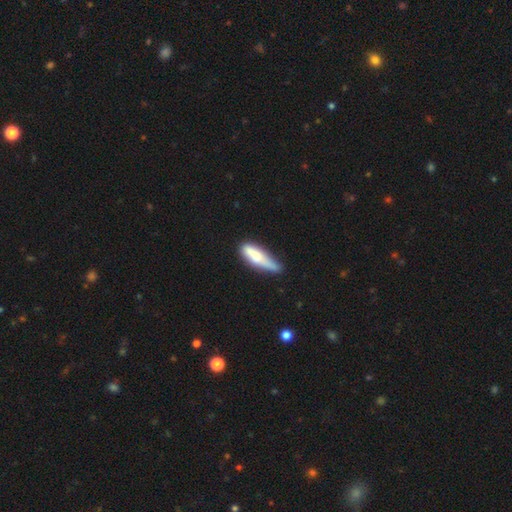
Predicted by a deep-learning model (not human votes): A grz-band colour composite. It shows a smooth galaxy with no disk features (70%) that is cigar-shaped (66%). Merging: none (43%).